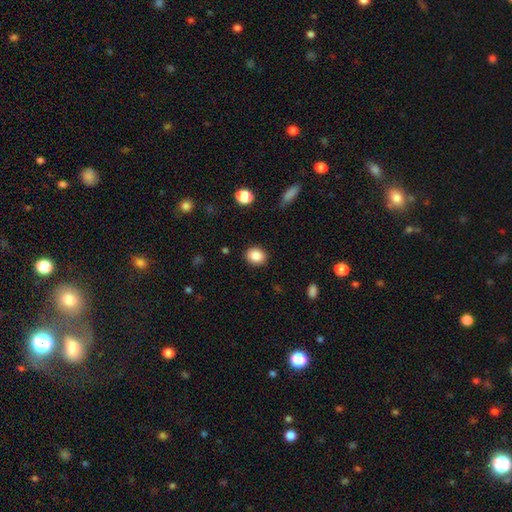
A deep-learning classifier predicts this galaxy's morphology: This appears to be a smooth galaxy with no disk features (86%) that is round (71%). Merging: none (89%).